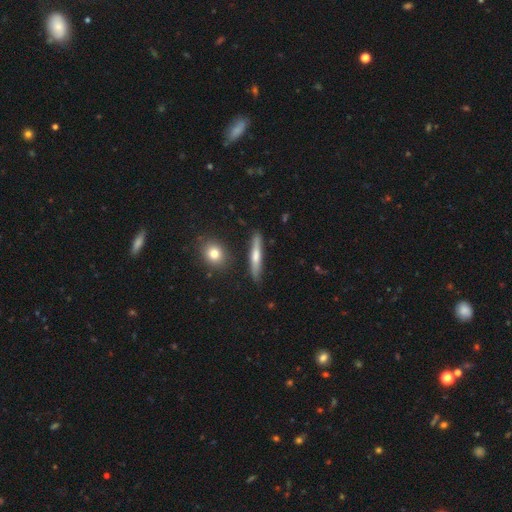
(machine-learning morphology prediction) smooth 48%, featured or disk 44%, star or artifact 8%. Down the decision tree: merging — none (86%).